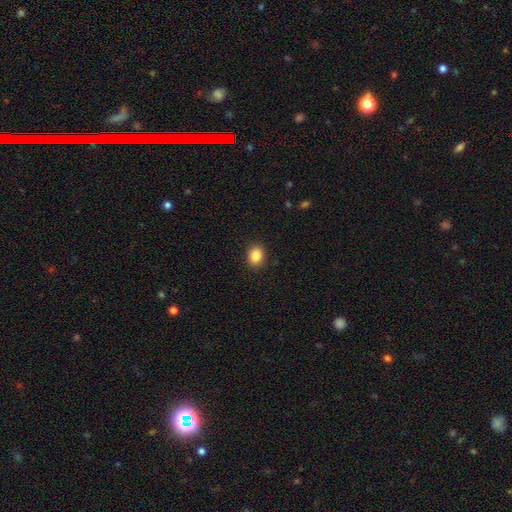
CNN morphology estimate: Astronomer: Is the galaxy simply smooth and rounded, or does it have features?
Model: smooth — 86%.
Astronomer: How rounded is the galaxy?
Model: round — 54% (runner-up: in between, 45%).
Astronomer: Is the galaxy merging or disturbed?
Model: none — 91%.